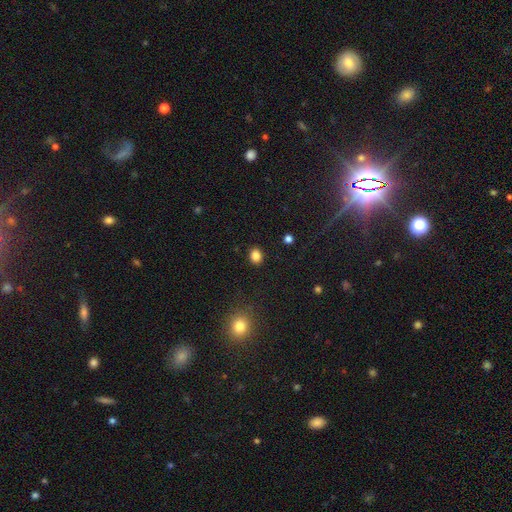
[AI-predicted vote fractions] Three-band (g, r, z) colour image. It shows a smooth galaxy with no disk features (85%) that is round (58%). Merging: none (89%).